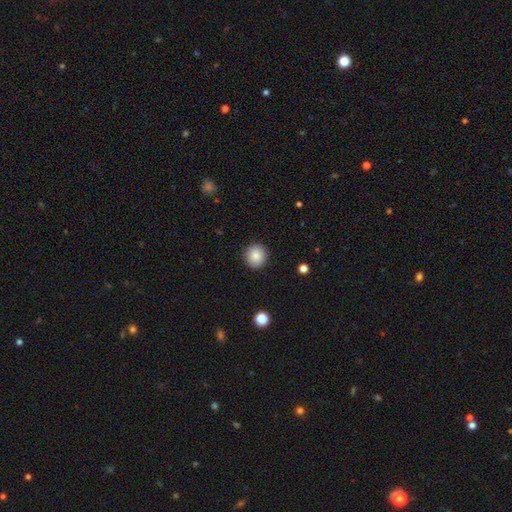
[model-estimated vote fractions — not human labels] Smooth or featured? Predicted: smooth (p=0.86). How rounded? Predicted: round (p=0.90). Merging? Predicted: none (p=0.91).